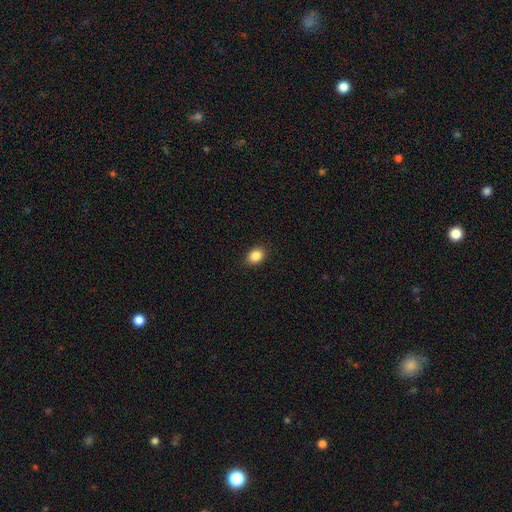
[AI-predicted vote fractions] Morphology: type=smooth (87%); roundness=in between (64%); merging=none (89%).